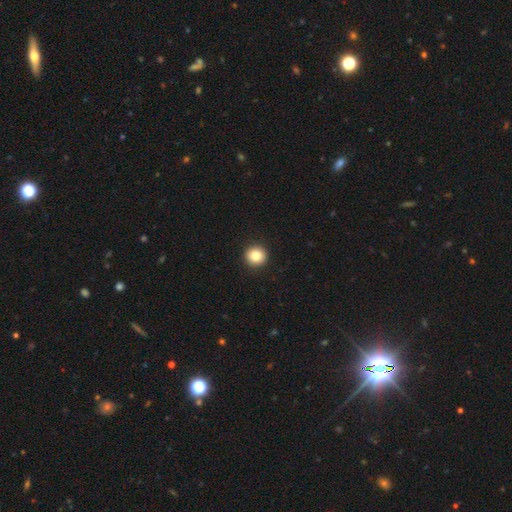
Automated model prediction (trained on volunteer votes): smooth 84%, star or artifact 10%, featured or disk 6%. Down the decision tree: how rounded — round (94%); merging — none (93%).